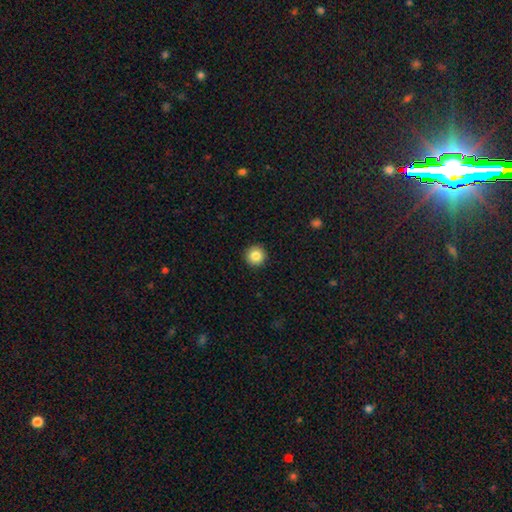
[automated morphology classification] A smooth galaxy with no disk features (85%) that is round (96%).

Vote fractions:
- Smooth or featured? smooth: 85% / star or artifact: 9% / featured or disk: 5%
- How rounded? round: 96% / in between: 3% / cigar-shaped: 1%
- Merging? none: 93% / minor disturbance: 5% / major disturbance: 1% / merger: 1%